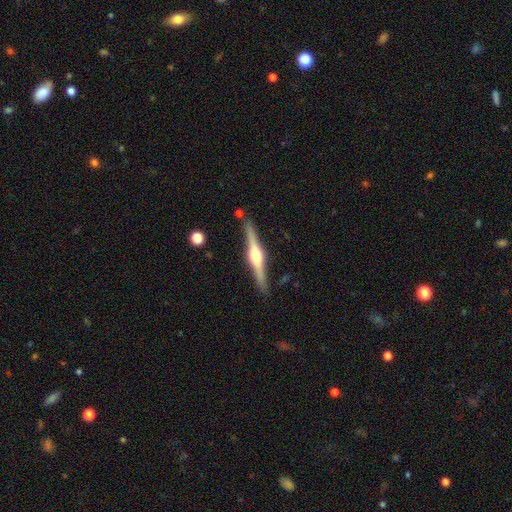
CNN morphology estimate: A featured or disk galaxy (80%) viewed edge-on (98%) with a rounded central bulge (92%). Merging: none (88%).